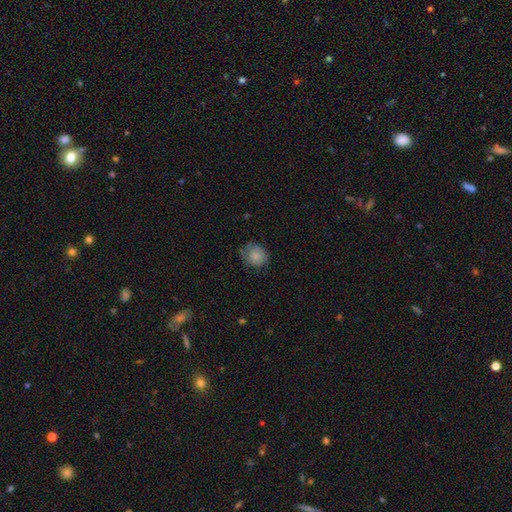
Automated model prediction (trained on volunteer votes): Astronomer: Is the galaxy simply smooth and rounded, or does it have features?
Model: smooth — 82%.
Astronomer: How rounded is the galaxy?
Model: round — 74%.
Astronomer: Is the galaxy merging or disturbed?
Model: none — 68%.